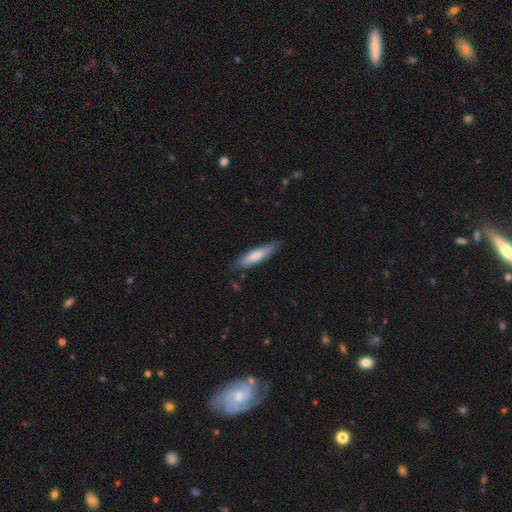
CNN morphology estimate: smooth_or_featured: smooth (p=0.75) [alt: featured or disk p=0.20]
how_rounded: cigar-shaped (p=0.75) [alt: in between p=0.24]
merging: none (p=0.79) [alt: minor disturbance p=0.16]